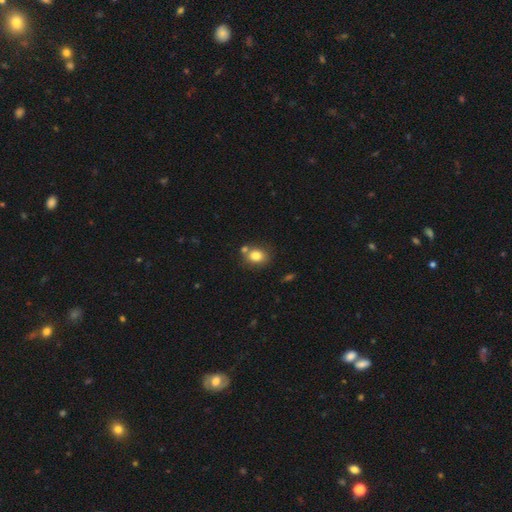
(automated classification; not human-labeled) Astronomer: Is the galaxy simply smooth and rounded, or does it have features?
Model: smooth — 81%.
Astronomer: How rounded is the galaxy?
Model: round — 55% (runner-up: in between, 44%).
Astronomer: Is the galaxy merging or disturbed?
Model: none — 67%.